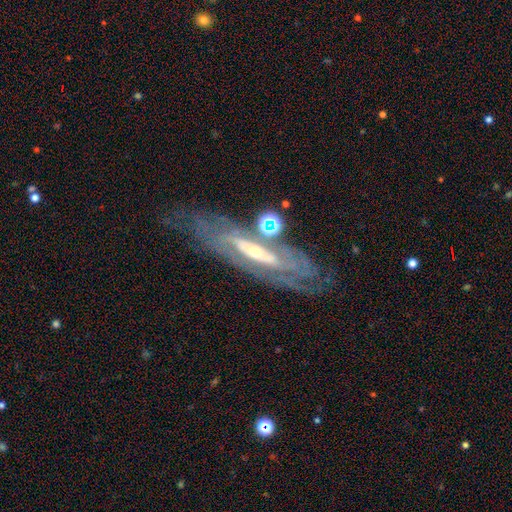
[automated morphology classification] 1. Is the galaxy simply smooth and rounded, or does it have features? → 82% featured or disk, 10% smooth, 8% star or artifact.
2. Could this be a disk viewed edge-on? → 69% no, 31% yes.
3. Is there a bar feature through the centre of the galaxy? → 39% no, 32% strong, 29% weak.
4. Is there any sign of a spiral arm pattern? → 81% yes, 19% no.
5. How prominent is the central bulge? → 57% small, 37% moderate, 3% large, 2% none, 1% dominant.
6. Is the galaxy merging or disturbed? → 66% none, 17% minor disturbance, 8% major disturbance, 8% merger.